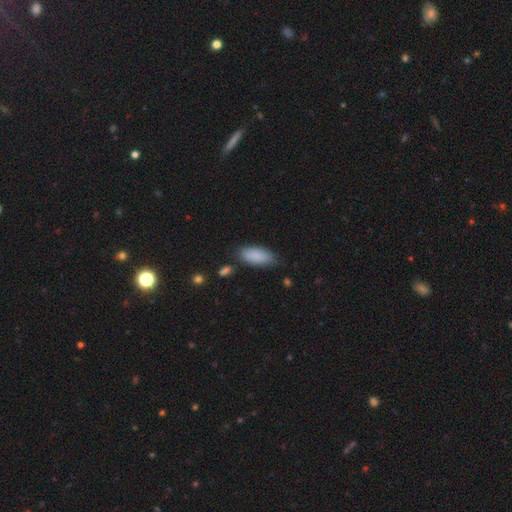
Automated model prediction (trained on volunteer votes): Smooth or featured: smooth — 88% (star or artifact — 6%)
How rounded: in between — 85% (cigar-shaped — 13%)
Merging: none — 76% (minor disturbance — 18%)